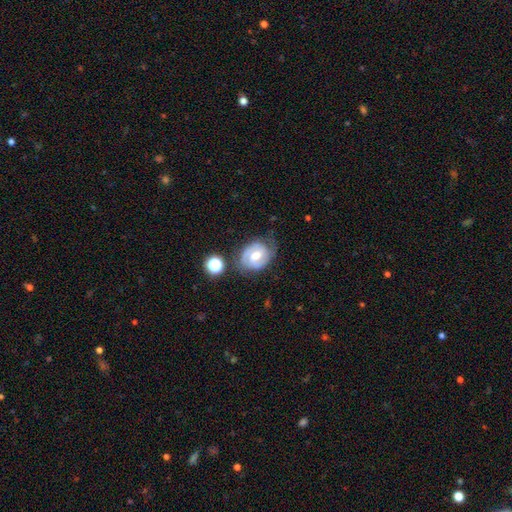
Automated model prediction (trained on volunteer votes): The model was most divided on "spiral winding": tight: 47%, medium: 41%, loose: 12%. Remaining: edge-on disk — no (97%); spiral arms — yes (86%); spiral arm count — 2 (78%); bulge size — moderate (72%); smooth or featured — featured or disk (71%); merging — none (64%); bar — weak (50%).